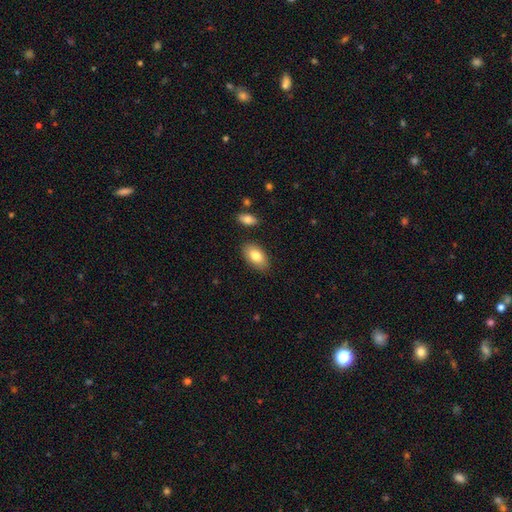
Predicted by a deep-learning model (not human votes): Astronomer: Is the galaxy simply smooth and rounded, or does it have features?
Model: smooth — 81%.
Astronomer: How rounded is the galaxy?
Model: in between — 93%.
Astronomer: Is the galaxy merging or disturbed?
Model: none — 84%.